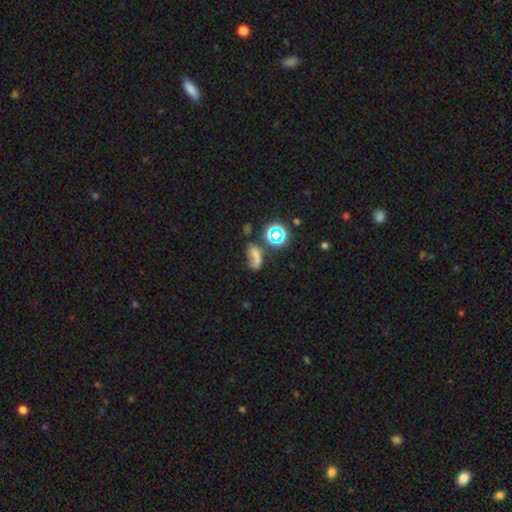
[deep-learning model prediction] Morphology: type=smooth (53%); roundness=in between (73%); merging=merger (35%).